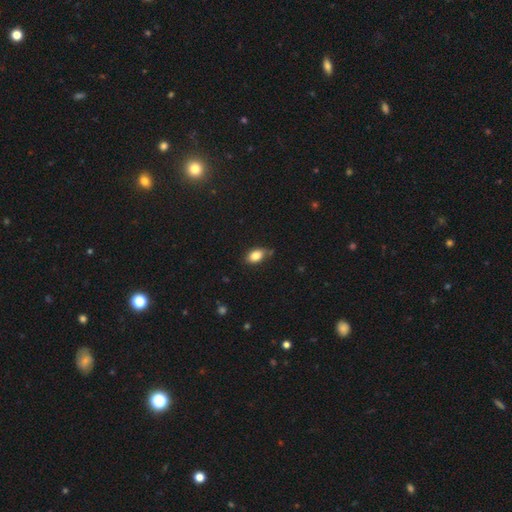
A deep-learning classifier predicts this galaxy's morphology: This is clearly a smooth galaxy (85%). How rounded: clearly in between (88%). Merging: likely none (74%).